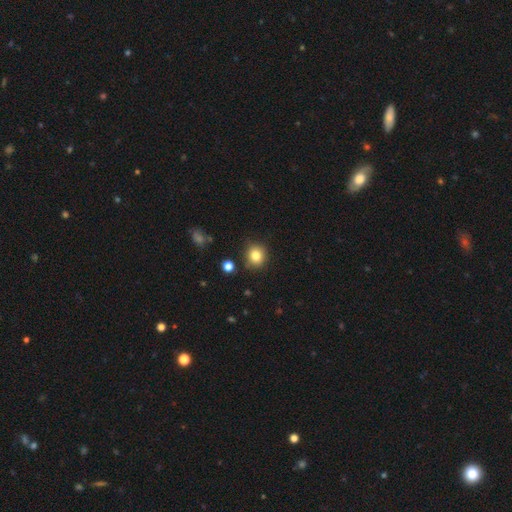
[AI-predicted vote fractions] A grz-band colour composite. It shows a smooth galaxy with no disk features (82%) that is round (86%). Merging: none (87%).